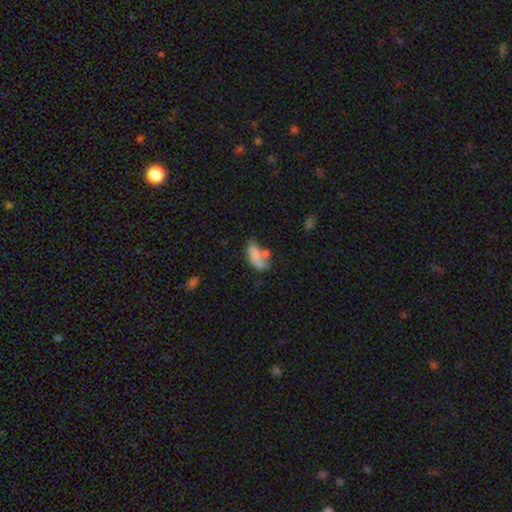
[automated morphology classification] Smooth or featured? Predicted: smooth (p=0.74). How rounded? Predicted: in between (p=0.85). Merging? Predicted: none (p=0.33).